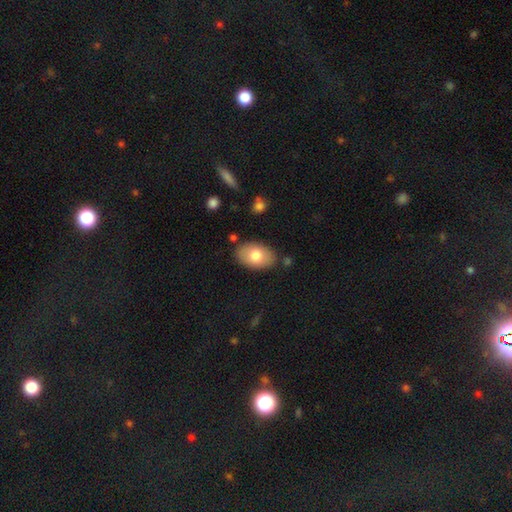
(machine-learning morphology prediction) A smooth galaxy with no disk features (74%) that is in between round and cigar-shaped (91%). Merging: none (83%).